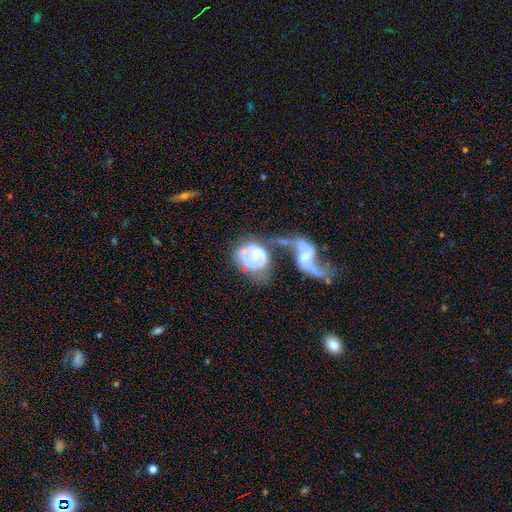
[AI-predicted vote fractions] Smooth or featured? featured or disk (62%)
Edge-on disk? no (97%)
Bar? no (69%)
Spiral arms? no (52%)
Bulge size? none (34%)
Merging? merger (54%)